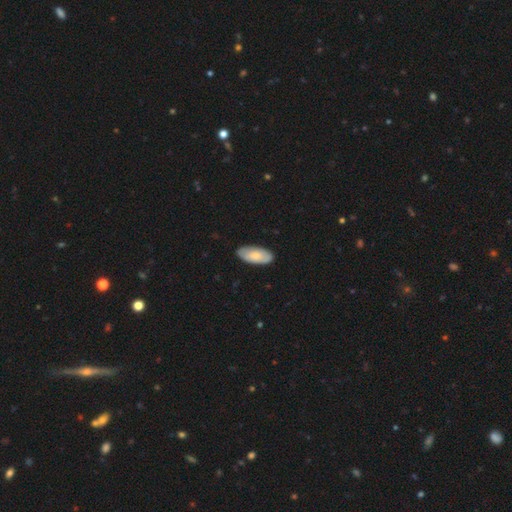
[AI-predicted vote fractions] smooth 73%, featured or disk 22%, star or artifact 5%. Down the decision tree: how rounded — in between (91%); merging — none (86%).